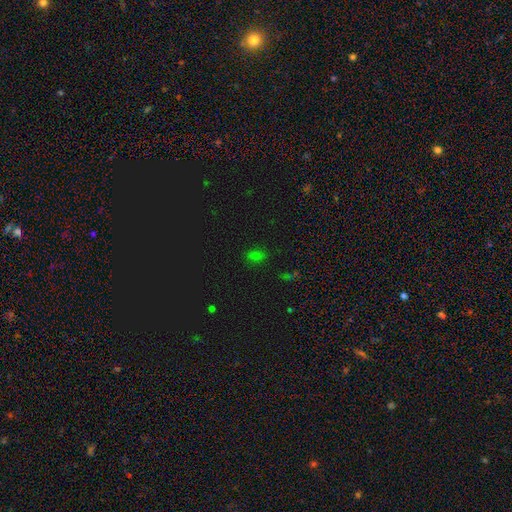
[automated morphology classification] type=smooth (65%); roundness=in between (70%); merging=none (81%).